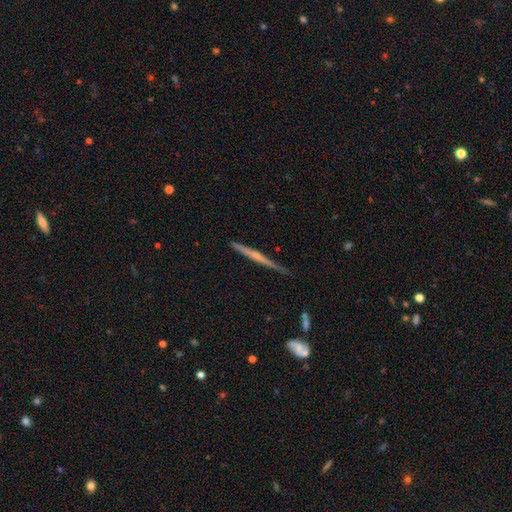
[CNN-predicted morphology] featured or disk 69%, smooth 25%, star or artifact 6%. Down the decision tree: edge-on disk — yes (98%); edge-on bulge — rounded (52%); merging — none (83%).